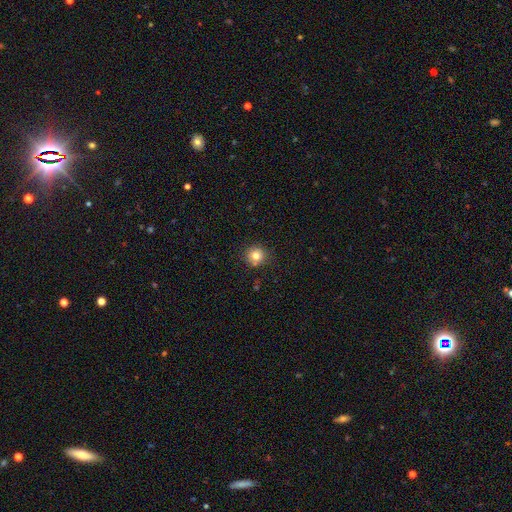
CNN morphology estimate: Smooth or featured? Predicted: smooth (p=0.80). How rounded? Predicted: round (p=0.93). Merging? Predicted: none (p=0.83).